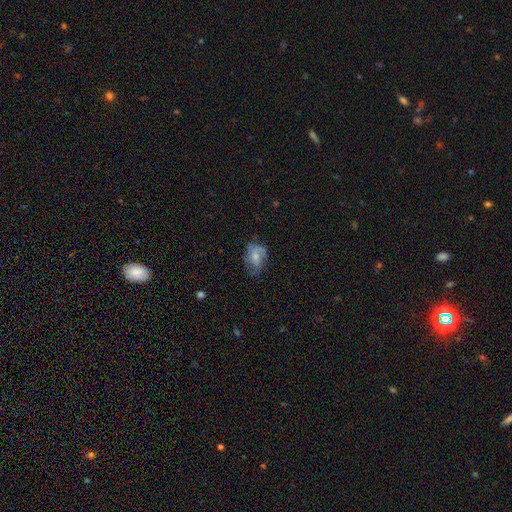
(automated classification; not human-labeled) Smooth or featured?
  - smooth: 48% *
  - featured or disk: 43%
  - star or artifact: 9%
Merging?
  - none: 52% *
  - minor disturbance: 28%
  - major disturbance: 18%
  - merger: 2%